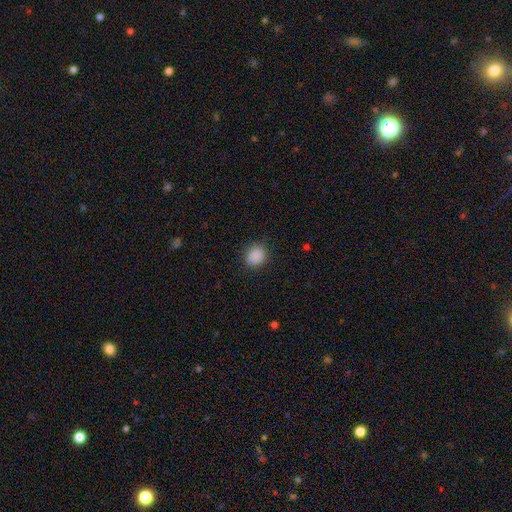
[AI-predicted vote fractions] Smooth or featured: smooth — 88% (star or artifact — 9%)
How rounded: round — 72% (in between — 27%)
Merging: none — 85% (minor disturbance — 11%)